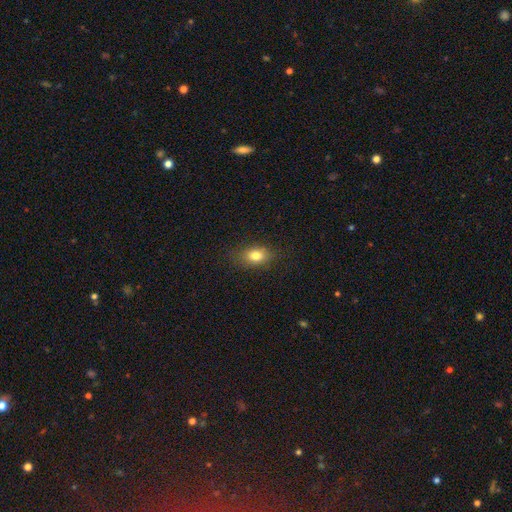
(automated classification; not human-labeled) The model was most divided on "how rounded": in between: 77%, round: 20%, cigar-shaped: 4%. More confident: merging — none (81%); smooth or featured — smooth (79%).